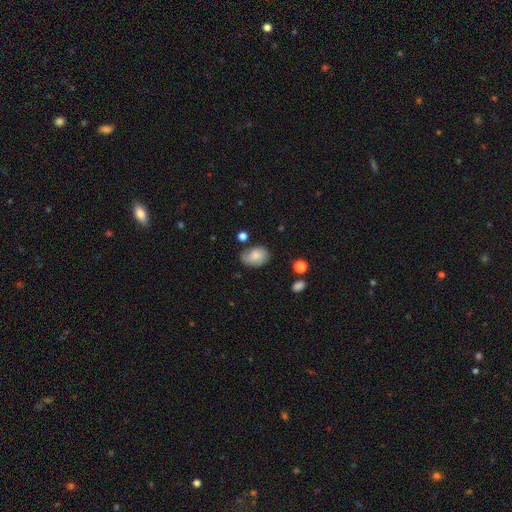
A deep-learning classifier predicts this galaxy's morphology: smooth 71%, featured or disk 20%, star or artifact 9%. Down the decision tree: how rounded — in between (76%); merging — none (57%).